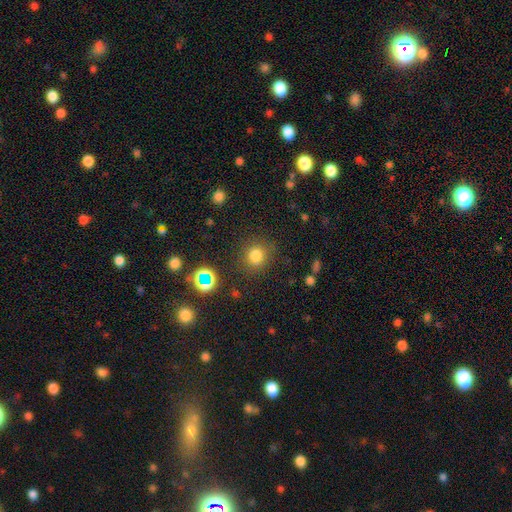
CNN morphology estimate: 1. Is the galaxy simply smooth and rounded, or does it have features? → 78% smooth, 16% star or artifact, 6% featured or disk.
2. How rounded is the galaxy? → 88% round, 11% in between, 1% cigar-shaped.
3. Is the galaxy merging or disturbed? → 84% none, 9% minor disturbance, 4% major disturbance, 2% merger.